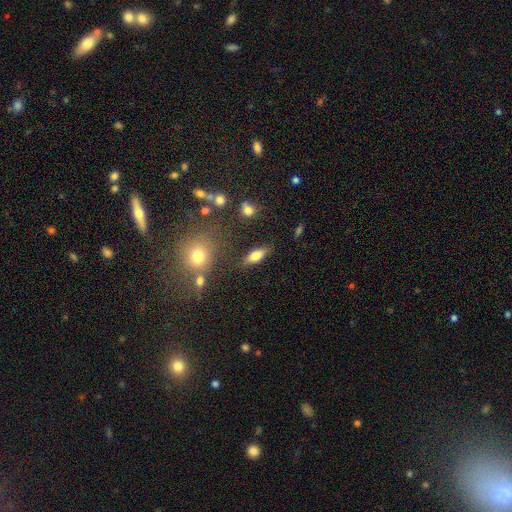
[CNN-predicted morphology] smooth 74%, featured or disk 18%, star or artifact 8%. Down the decision tree: how rounded — in between (72%); merging — none (80%).